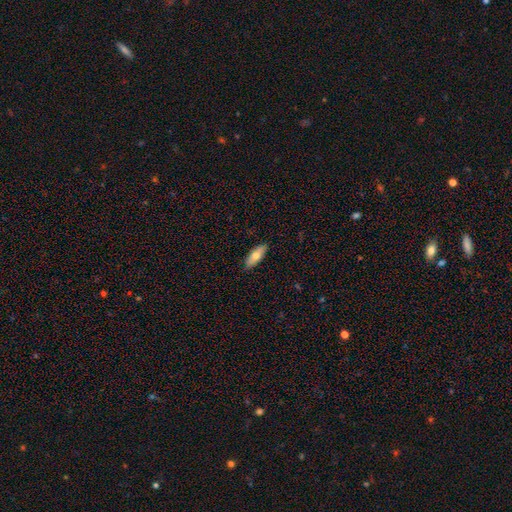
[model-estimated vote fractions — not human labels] Smooth or featured?
  - smooth: 73% *
  - featured or disk: 21%
  - star or artifact: 6%
How rounded?
  - in between: 68% *
  - cigar-shaped: 30%
  - round: 2%
Merging?
  - none: 88% *
  - minor disturbance: 9%
  - major disturbance: 2%
  - merger: 1%